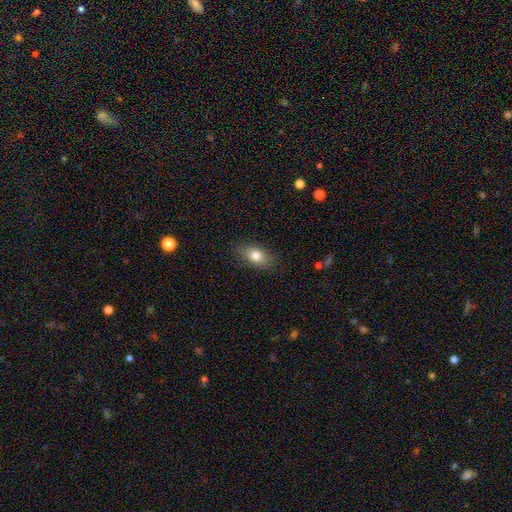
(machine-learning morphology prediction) A smooth galaxy with no disk features (79%) that is in between round and cigar-shaped (86%).

Vote fractions:
- Smooth or featured? smooth: 79% / featured or disk: 13% / star or artifact: 8%
- How rounded? in between: 86% / round: 10% / cigar-shaped: 4%
- Merging? none: 86% / minor disturbance: 10% / major disturbance: 3% / merger: 1%